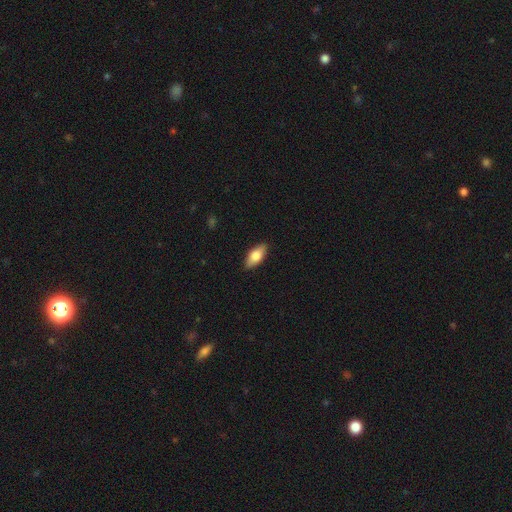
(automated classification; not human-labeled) This appears to be a smooth galaxy with no disk features (74%) that is in between round and cigar-shaped (85%). Merging: none (88%).